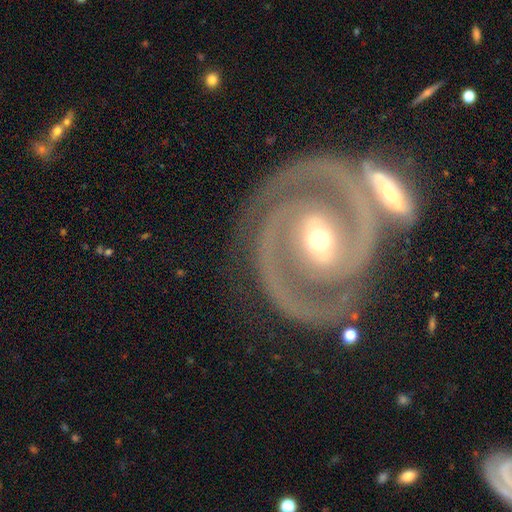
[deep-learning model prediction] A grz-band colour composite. It shows a featured or disk galaxy (92%) with a strong bar (37%), 2 (86%) tight (64%) spiral arms (97%) and a moderate central bulge (59%). Merging: none (59%).